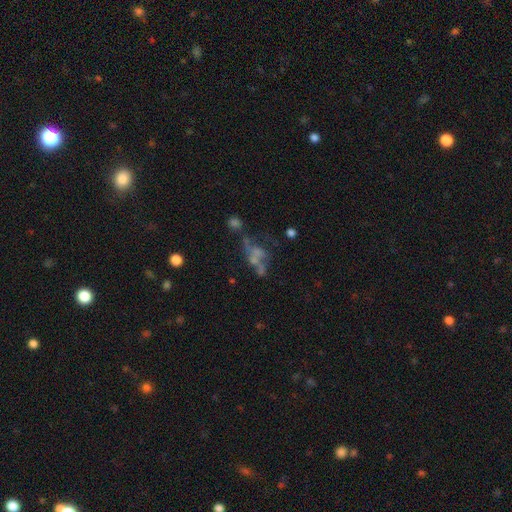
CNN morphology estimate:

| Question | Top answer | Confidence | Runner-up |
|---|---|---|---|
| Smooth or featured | featured or disk | 49% | smooth (27%) |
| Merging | major disturbance | 31% | none (29%) |